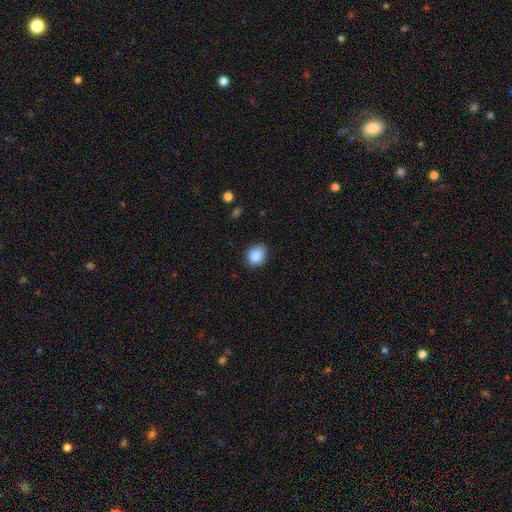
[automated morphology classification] The model was most divided on "how rounded": round: 61%, in between: 38%, cigar-shaped: 1%. More confident: smooth or featured — smooth (87%); merging — none (72%).